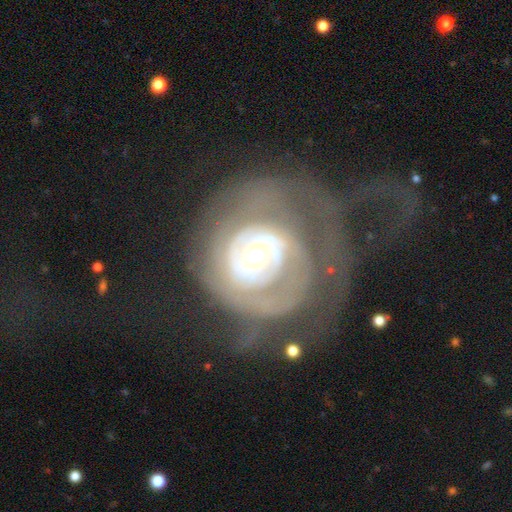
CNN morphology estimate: The model was most divided on "spiral arm count": can't tell: 41%, 2: 26%, 1: 14%, 3: 8%, 4: 5%, more than 4: 5%. Remaining: edge-on disk — no (97%); bar — no (81%); smooth or featured — featured or disk (79%); spiral arms — yes (69%); bulge size — moderate (64%); spiral winding — tight (63%); merging — major disturbance (49%).